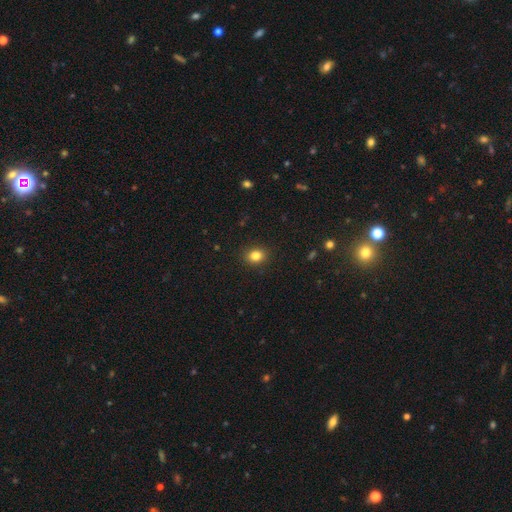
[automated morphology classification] type=smooth (83%); roundness=round (54%); merging=none (90%).